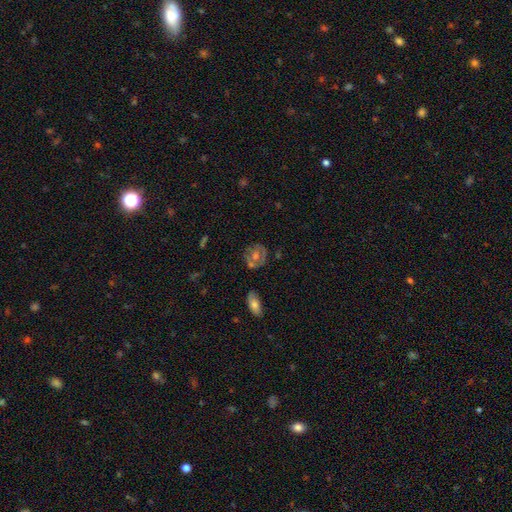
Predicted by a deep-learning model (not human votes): A featured or disk galaxy (53%). Merging: none (69%).